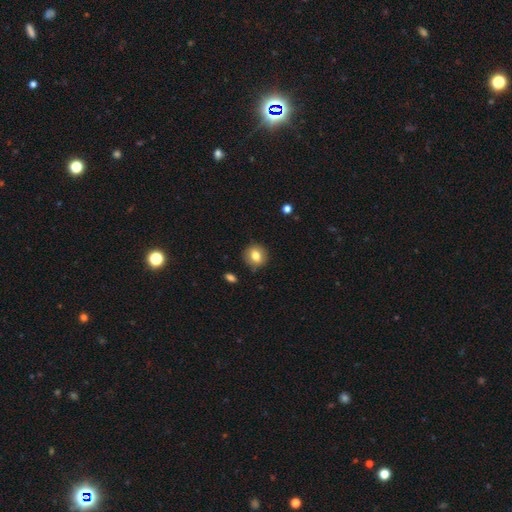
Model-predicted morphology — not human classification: Smooth or featured?
  - smooth: 79% *
  - featured or disk: 12%
  - star or artifact: 9%
How rounded?
  - round: 79% *
  - in between: 20%
  - cigar-shaped: 1%
Merging?
  - none: 85% *
  - minor disturbance: 11%
  - major disturbance: 2%
  - merger: 2%